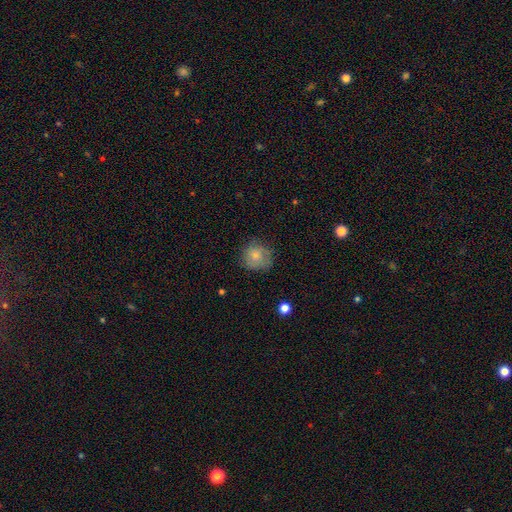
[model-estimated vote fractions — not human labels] Smooth or featured: smooth — 75% (featured or disk — 16%)
How rounded: round — 85% (in between — 14%)
Merging: none — 68% (minor disturbance — 22%)